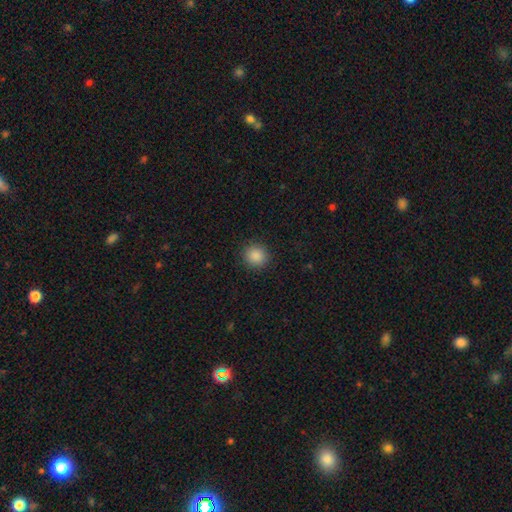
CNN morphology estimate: Q: Smooth or featured?
A: smooth (88%); runner-up: star or artifact (10%)
Q: How rounded?
A: round (89%); runner-up: in between (10%)
Q: Merging?
A: none (91%); runner-up: minor disturbance (6%)